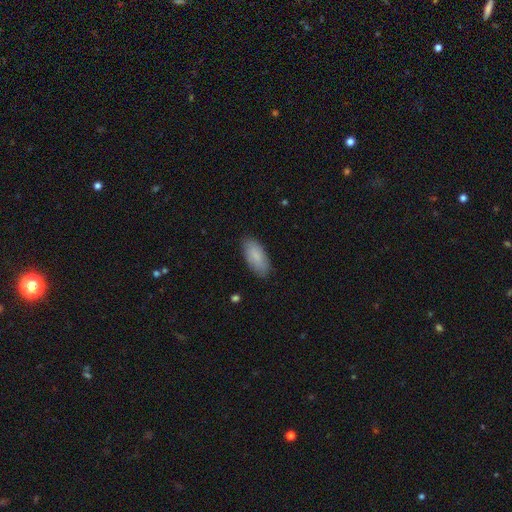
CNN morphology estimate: This appears to be a smooth galaxy with no disk features (85%) that is in between round and cigar-shaped (88%). Merging: none (85%).